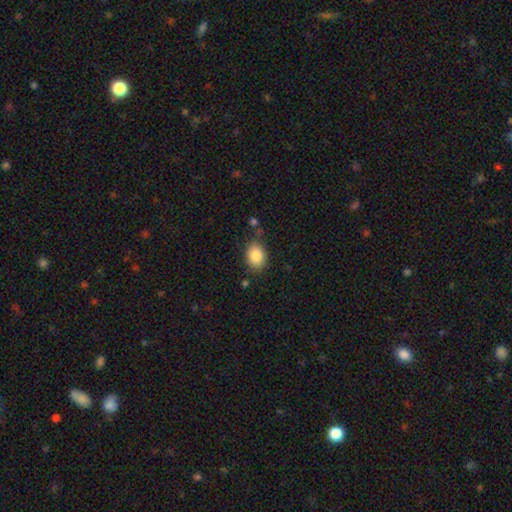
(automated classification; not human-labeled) Overall: smooth (86%). How rounded: in between (74%). Merging: none (79%).